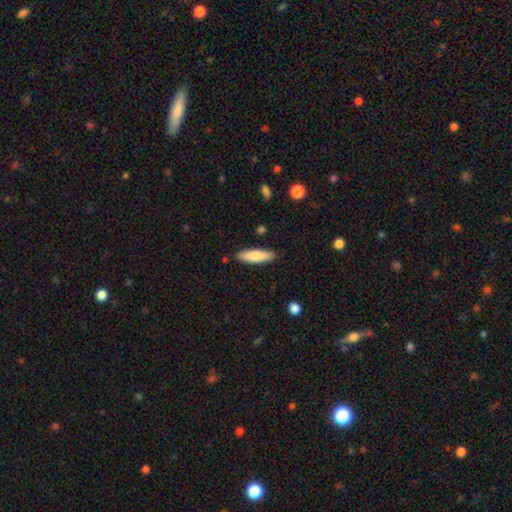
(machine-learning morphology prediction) smooth-or-featured: smooth: 82% | featured or disk: 12% | star or artifact: 5%
  how-rounded: cigar-shaped: 69% | in between: 30% | round: 1%
  merging: none: 88% | minor disturbance: 9% | major disturbance: 2% | merger: 2%